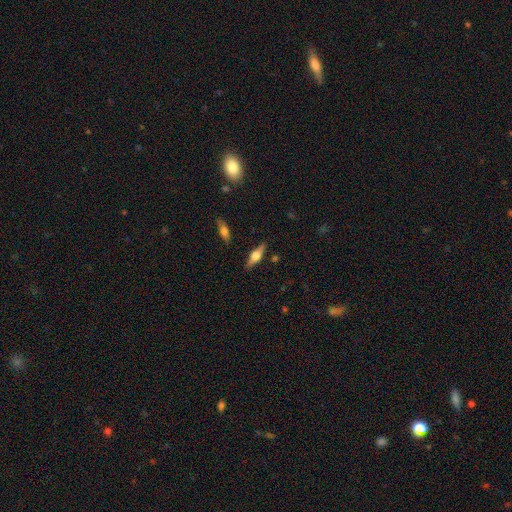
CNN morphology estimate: A featured or disk galaxy (57%) viewed edge-on (94%) with a rounded central bulge (89%). Merging: none (85%).